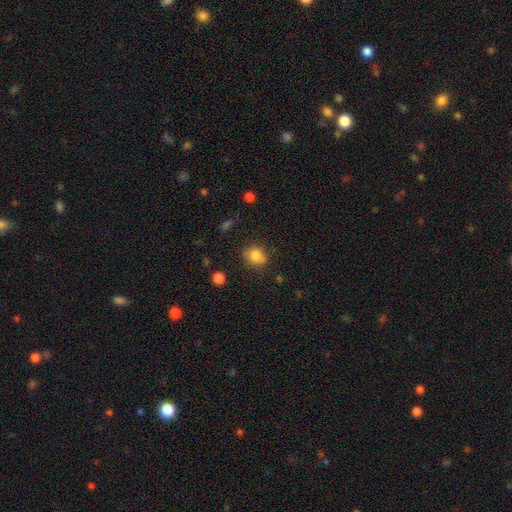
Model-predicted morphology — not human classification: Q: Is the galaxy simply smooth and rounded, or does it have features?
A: smooth — 80%.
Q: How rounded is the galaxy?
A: round — 64%.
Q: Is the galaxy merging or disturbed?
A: none — 75%.